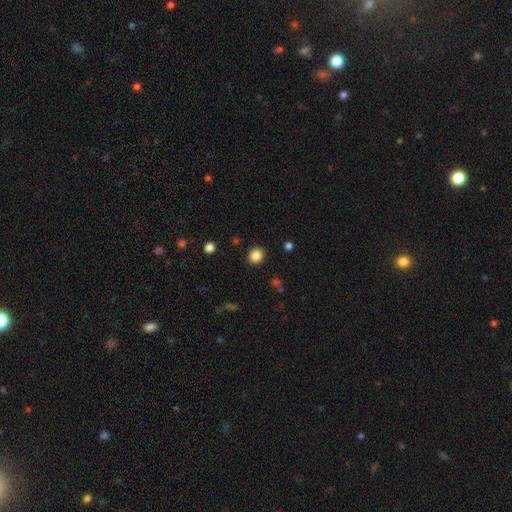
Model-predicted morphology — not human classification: A smooth galaxy with no disk features (86%) that is round (84%).

Vote fractions:
- Smooth or featured? smooth: 86% / star or artifact: 10% / featured or disk: 4%
- How rounded? round: 84% / in between: 15% / cigar-shaped: 1%
- Merging? none: 91% / minor disturbance: 6% / major disturbance: 2% / merger: 1%